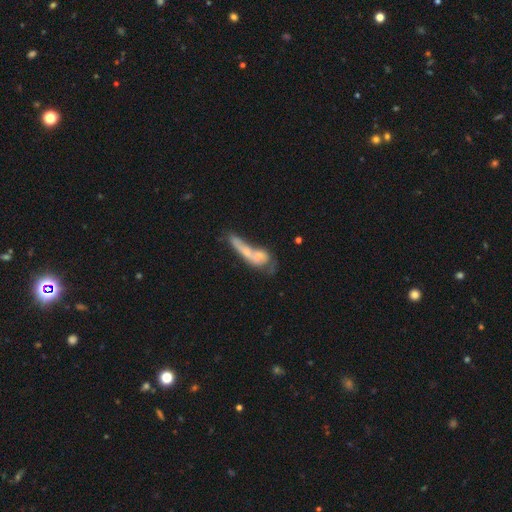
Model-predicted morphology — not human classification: This appears to be a smooth galaxy with no disk features (47%). Merging: merger (61%).